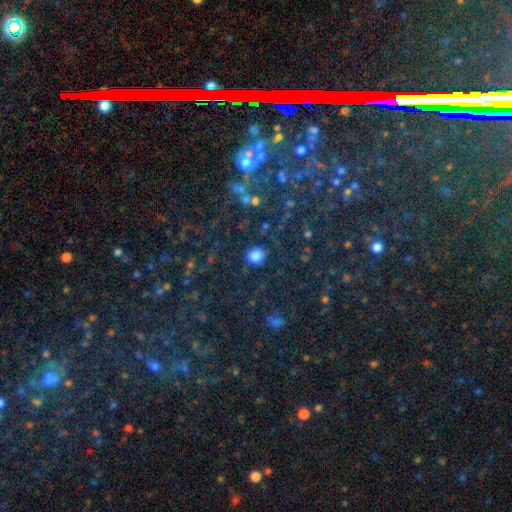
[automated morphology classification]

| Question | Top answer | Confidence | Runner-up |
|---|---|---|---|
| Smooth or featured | smooth | 73% | star or artifact (19%) |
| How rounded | round | 76% | in between (22%) |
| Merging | none | 79% | minor disturbance (12%) |